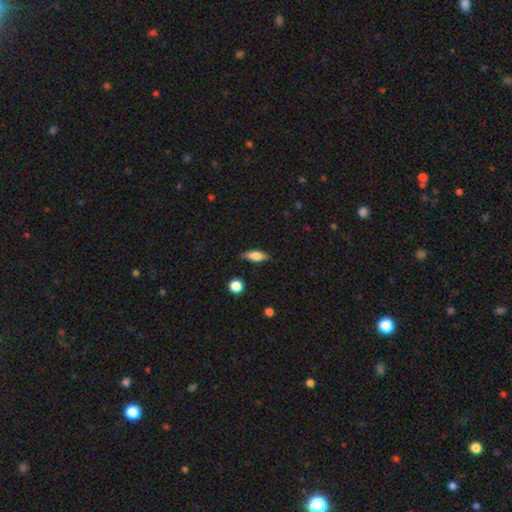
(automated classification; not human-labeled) This is likely a smooth galaxy (68%). How rounded: likely in between (64%). Merging: clearly none (82%).